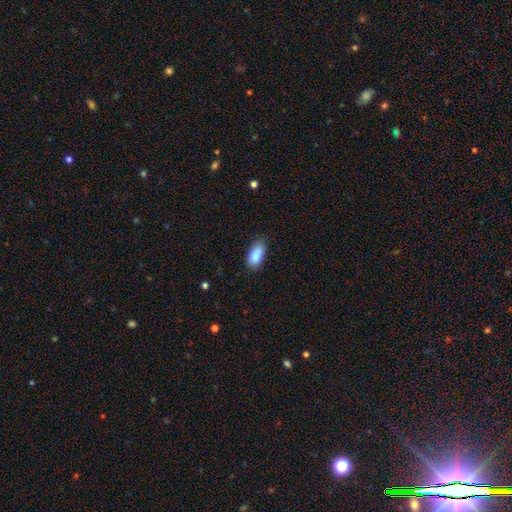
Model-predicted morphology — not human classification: Smooth or featured: smooth — 85% (featured or disk — 8%)
How rounded: in between — 89% (cigar-shaped — 8%)
Merging: none — 65% (minor disturbance — 26%)